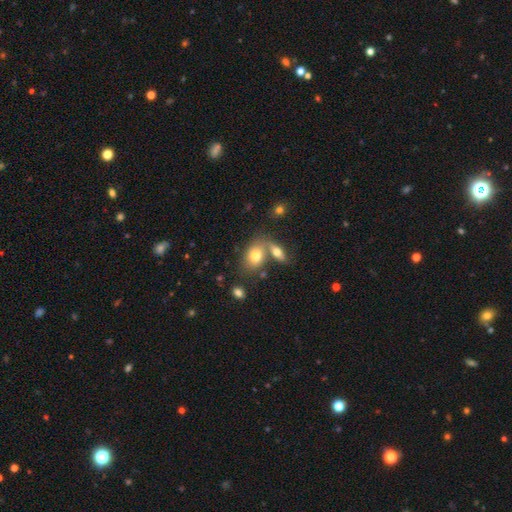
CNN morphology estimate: Overall: smooth (75%). How rounded: in between (81%). Merging: none (47%; merger 38%).